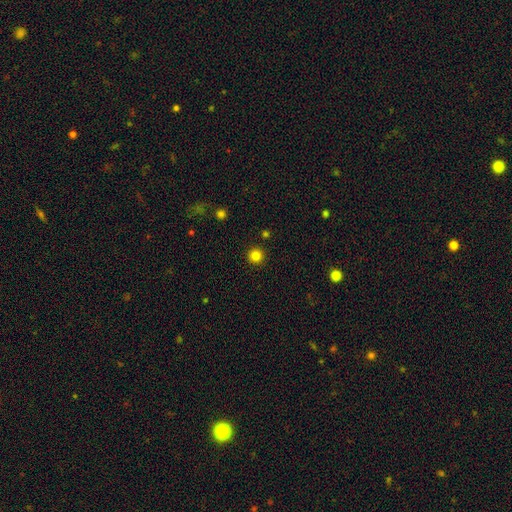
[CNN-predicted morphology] Smooth or featured: smooth — 83% (star or artifact — 13%)
How rounded: round — 96% (in between — 3%)
Merging: none — 92% (minor disturbance — 5%)